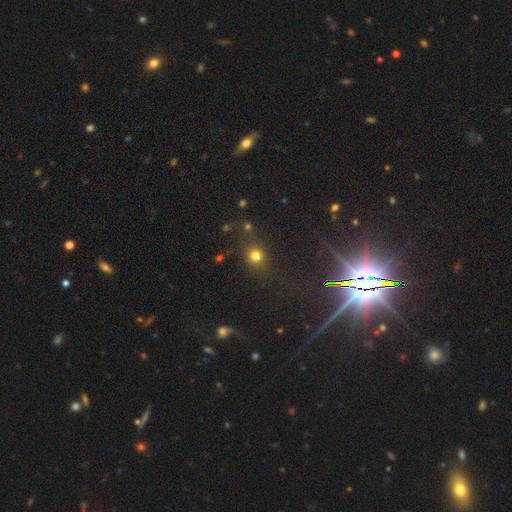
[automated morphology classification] smooth-or-featured: smooth: 74% | star or artifact: 19% | featured or disk: 7%
  how-rounded: round: 79% | in between: 19% | cigar-shaped: 2%
  merging: none: 75% | minor disturbance: 12% | major disturbance: 7% | merger: 6%